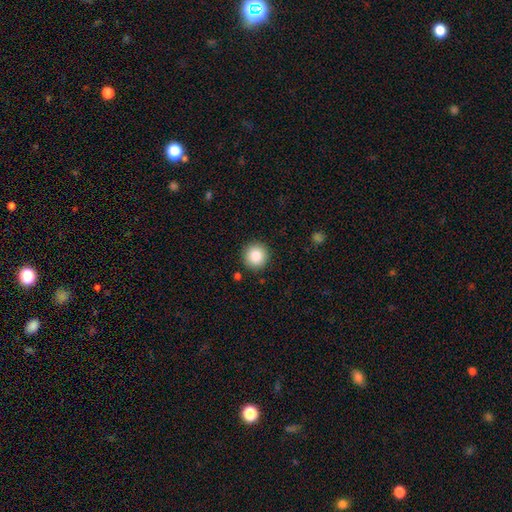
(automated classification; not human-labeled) This is clearly a smooth galaxy (84%). How rounded: clearly round (95%). Merging: clearly none (91%).